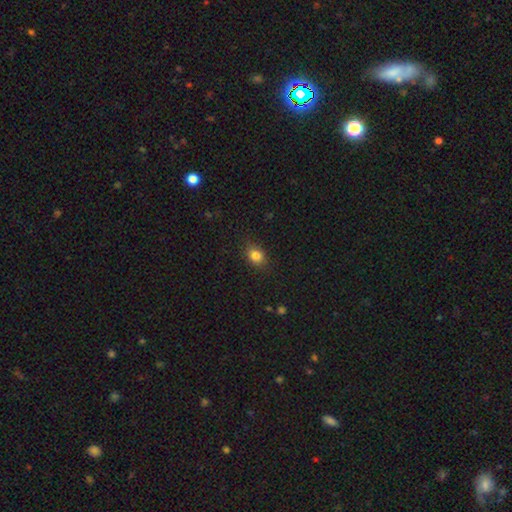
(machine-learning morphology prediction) smooth_or_featured: smooth (p=0.83) [alt: star or artifact p=0.11]
how_rounded: in between (p=0.58) [alt: round p=0.41]
merging: none (p=0.85) [alt: minor disturbance p=0.12]